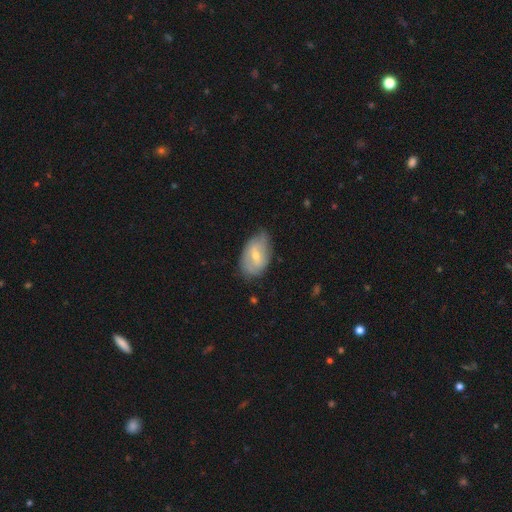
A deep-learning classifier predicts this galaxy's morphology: smooth_or_featured: featured or disk (p=0.54) [alt: smooth p=0.40]
disk_edge_on: no (p=0.94) [alt: yes p=0.06]
bar: weak (p=0.51) [alt: no p=0.31]
has_spiral_arms: yes (p=0.65) [alt: no p=0.35]
bulge_size: moderate (p=0.53) [alt: small p=0.43]
merging: none (p=0.61) [alt: minor disturbance p=0.31]